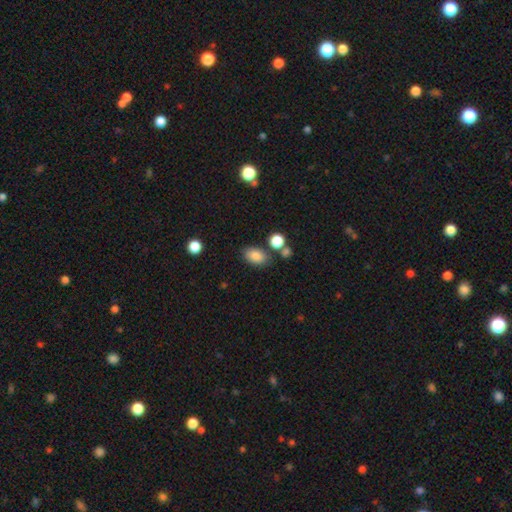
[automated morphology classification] Smooth or featured? Predicted: smooth (p=0.85). How rounded? Predicted: in between (p=0.88). Merging? Predicted: none (p=0.74).